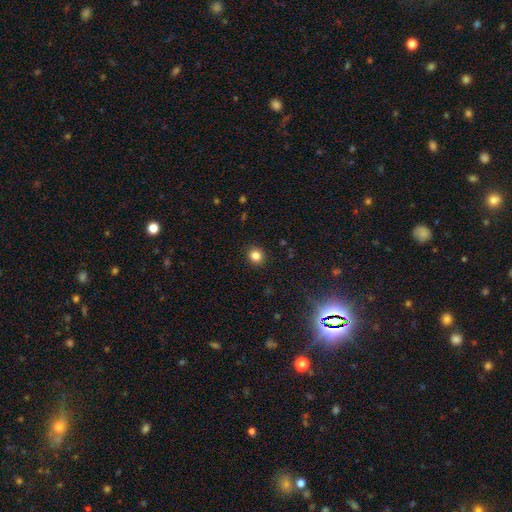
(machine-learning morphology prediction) This is clearly a smooth galaxy (83%). How rounded: clearly round (84%). Merging: clearly none (91%).